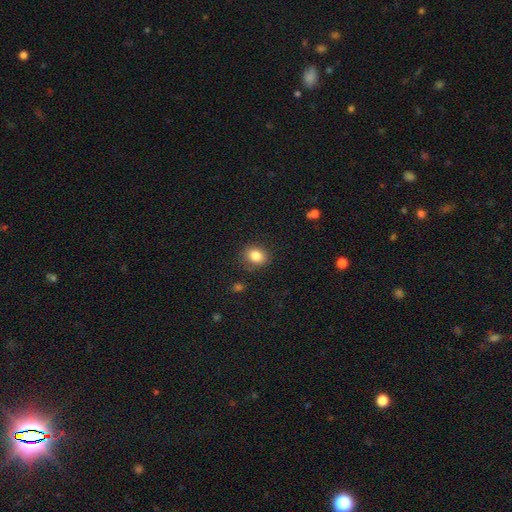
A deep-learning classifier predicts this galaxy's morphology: Smooth or featured: smooth — 84% (star or artifact — 10%)
How rounded: in between — 52% (round — 47%)
Merging: none — 84% (minor disturbance — 11%)